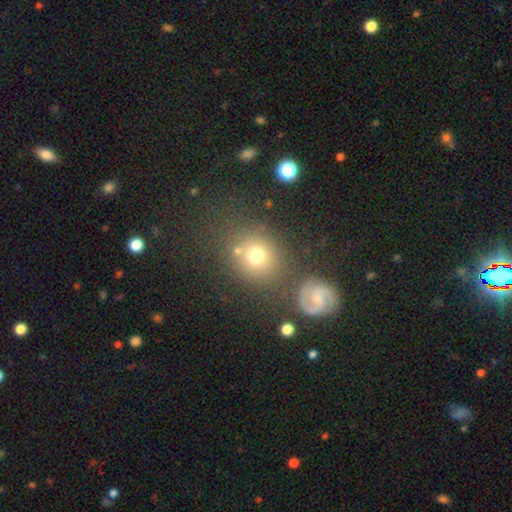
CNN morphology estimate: Smooth or featured? Predicted: smooth (p=0.70). How rounded? Predicted: round (p=0.77). Merging? Predicted: none (p=0.68).